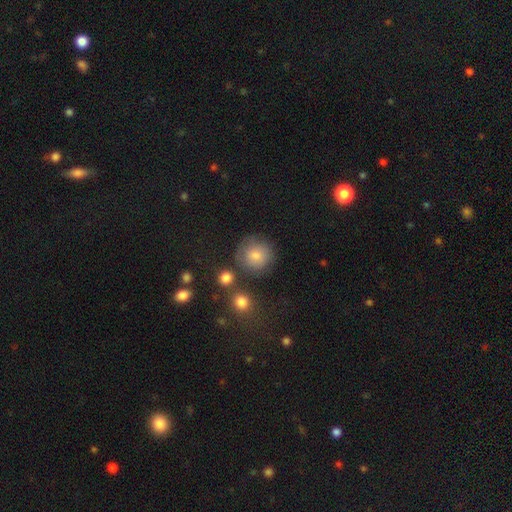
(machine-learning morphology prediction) This is likely a smooth galaxy (80%). How rounded: clearly round (89%). Merging: likely none (71%).